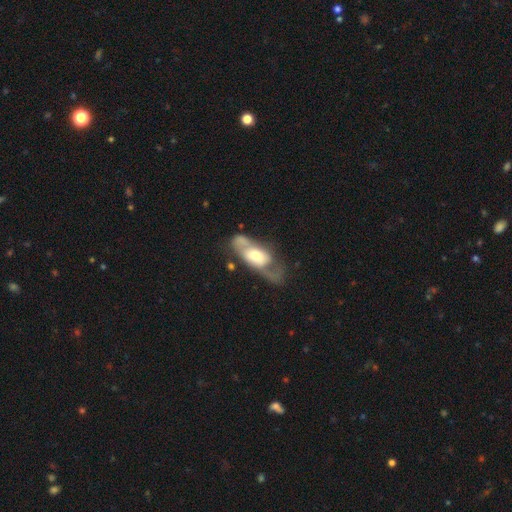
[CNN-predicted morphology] smooth_or_featured: featured or disk (p=0.66) [alt: smooth p=0.29]
disk_edge_on: no (p=0.84) [alt: yes p=0.16]
bar: no (p=0.63) [alt: weak p=0.26]
has_spiral_arms: yes (p=0.65) [alt: no p=0.35]
bulge_size: moderate (p=0.52) [alt: large p=0.30]
merging: none (p=0.41) [alt: major disturbance p=0.29]